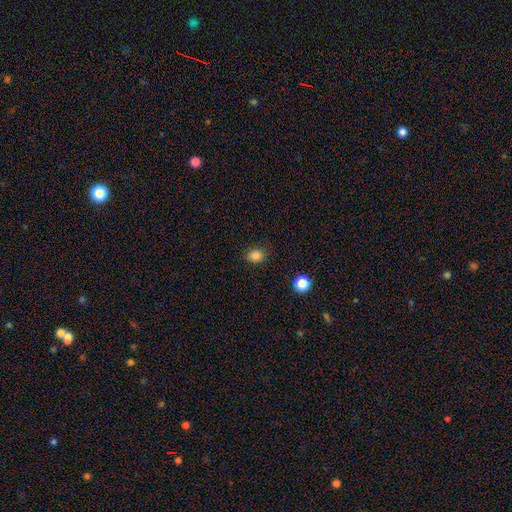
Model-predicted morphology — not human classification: A smooth galaxy with no disk features (84%) that is round (64%).

Vote fractions:
- Smooth or featured? smooth: 84% / star or artifact: 12% / featured or disk: 4%
- How rounded? round: 64% / in between: 35% / cigar-shaped: 1%
- Merging? none: 86% / minor disturbance: 10% / major disturbance: 3% / merger: 1%